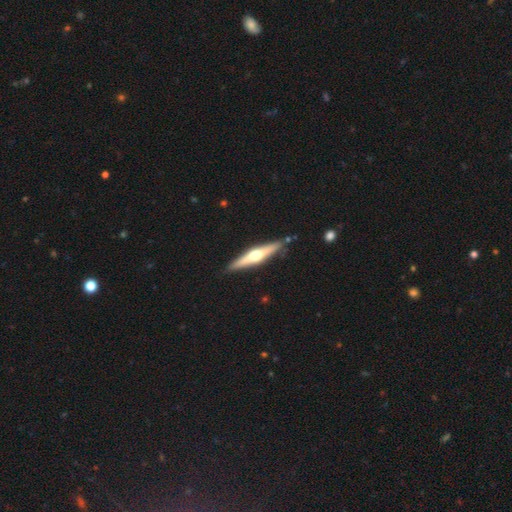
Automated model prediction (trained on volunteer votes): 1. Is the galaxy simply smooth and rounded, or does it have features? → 67% featured or disk, 29% smooth, 5% star or artifact.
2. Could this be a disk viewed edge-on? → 96% yes, 4% no.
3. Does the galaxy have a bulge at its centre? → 93% rounded, 3% boxy, 3% none.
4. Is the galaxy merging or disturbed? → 87% none, 9% minor disturbance, 2% merger, 2% major disturbance.